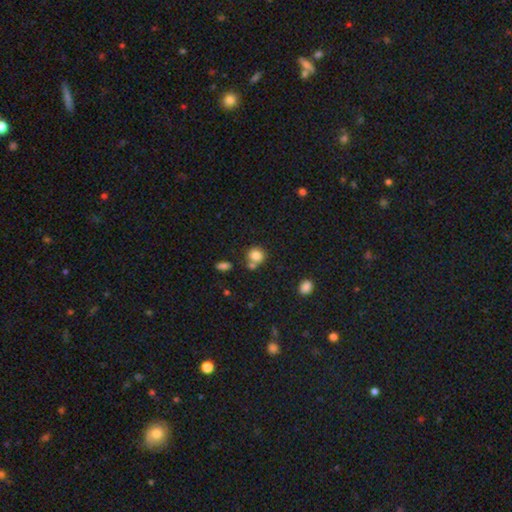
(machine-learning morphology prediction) The model was most divided on "merging": none: 54%, merger: 30%, minor disturbance: 12%, major disturbance: 4%. More confident: smooth or featured — smooth (83%); how rounded — round (73%).